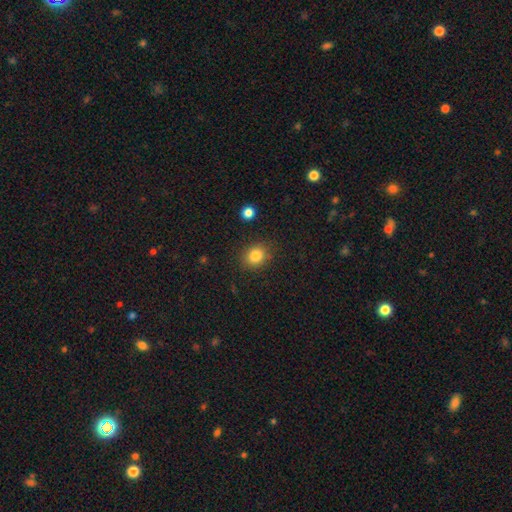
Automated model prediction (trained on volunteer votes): smooth-or-featured: smooth: 83% | star or artifact: 11% | featured or disk: 6%
  how-rounded: round: 62% | in between: 37% | cigar-shaped: 1%
  merging: none: 86% | minor disturbance: 10% | major disturbance: 3% | merger: 2%